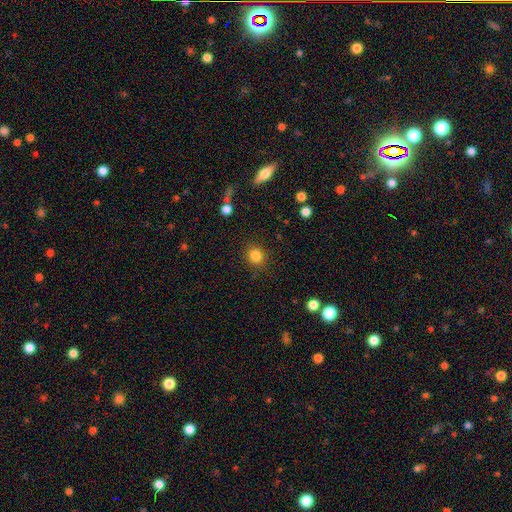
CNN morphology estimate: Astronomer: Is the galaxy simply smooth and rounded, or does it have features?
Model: smooth — 83%.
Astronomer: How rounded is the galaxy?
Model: round — 80%.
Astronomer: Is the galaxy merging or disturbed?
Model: none — 88%.